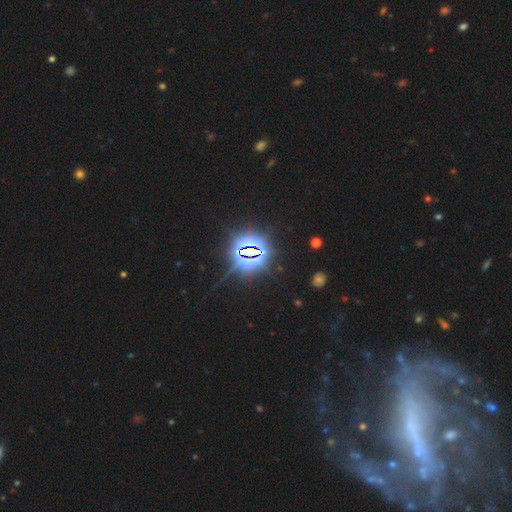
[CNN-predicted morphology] A star or artifact, not a galaxy (83%).